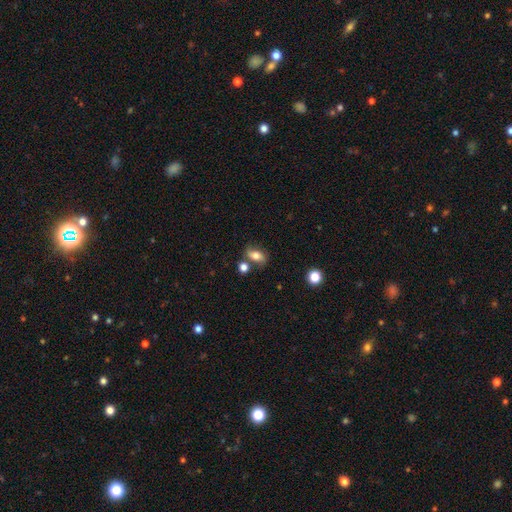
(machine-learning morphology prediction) A smooth galaxy with no disk features (62%) that is in between round and cigar-shaped (78%).

Vote fractions:
- Smooth or featured? smooth: 62% / featured or disk: 27% / star or artifact: 11%
- How rounded? in between: 78% / round: 17% / cigar-shaped: 5%
- Merging? none: 59% / minor disturbance: 19% / merger: 15% / major disturbance: 7%